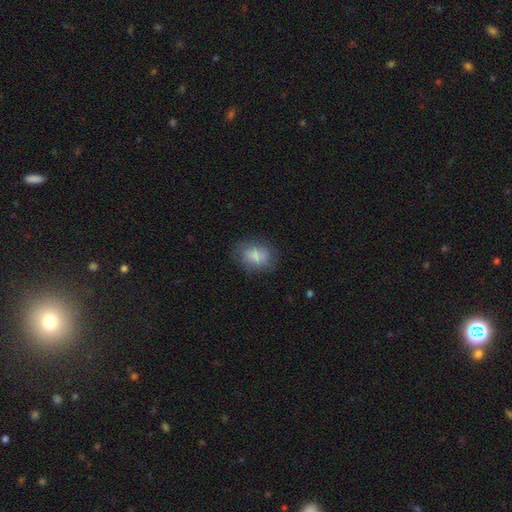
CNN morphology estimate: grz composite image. It shows a smooth galaxy with no disk features (77%) that is in between round and cigar-shaped (61%). Merging: none (70%).